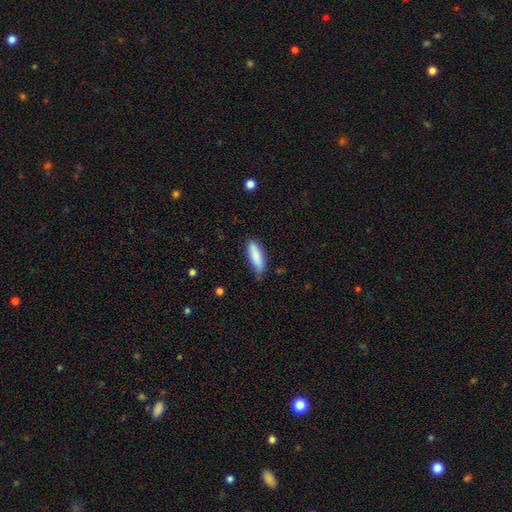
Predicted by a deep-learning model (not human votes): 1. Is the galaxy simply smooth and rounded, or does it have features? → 84% smooth, 10% featured or disk, 6% star or artifact.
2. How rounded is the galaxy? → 50% cigar-shaped, 48% in between, 2% round.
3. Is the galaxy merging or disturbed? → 74% none, 21% minor disturbance, 3% major disturbance, 2% merger.